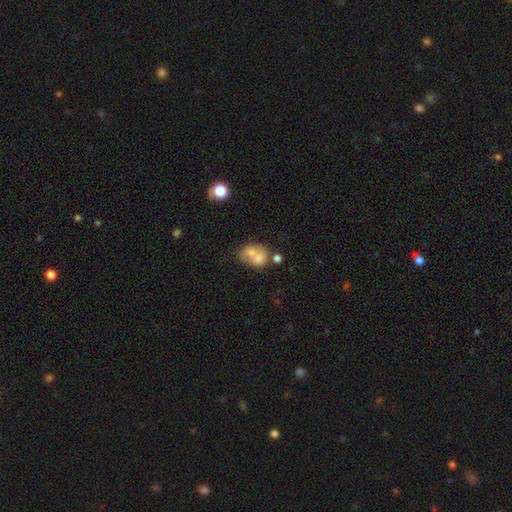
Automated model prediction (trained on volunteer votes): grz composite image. It shows a smooth galaxy with no disk features (63%) that is in between round and cigar-shaped (53%). Merging: merger (62%).